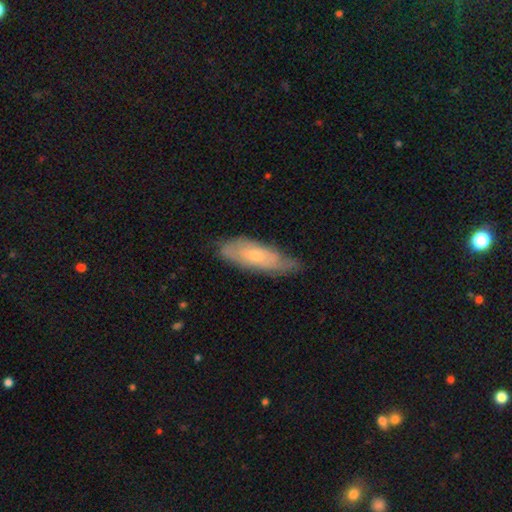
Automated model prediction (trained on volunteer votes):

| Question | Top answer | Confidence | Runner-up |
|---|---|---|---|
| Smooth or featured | smooth | 47% | tied: featured or disk (47%) |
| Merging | none | 62% | minor disturbance (30%) |